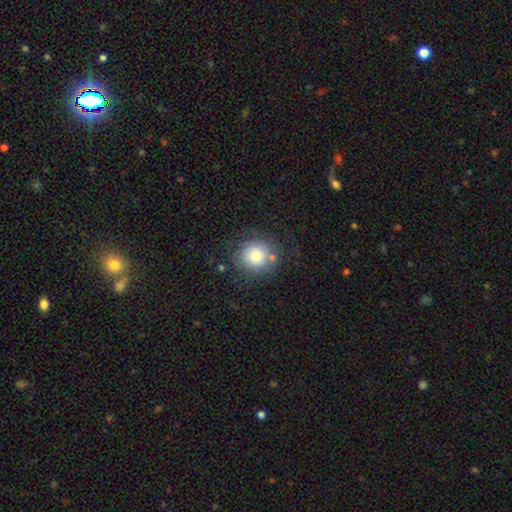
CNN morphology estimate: Q: Smooth or featured?
A: smooth (72%); runner-up: featured or disk (18%)
Q: How rounded?
A: round (89%); runner-up: in between (10%)
Q: Merging?
A: none (66%); runner-up: minor disturbance (18%)